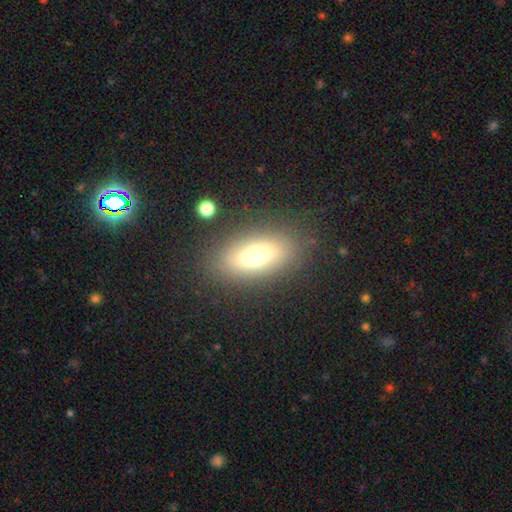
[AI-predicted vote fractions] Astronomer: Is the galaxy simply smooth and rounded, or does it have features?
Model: smooth — 61%.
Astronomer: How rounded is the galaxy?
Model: in between — 77%.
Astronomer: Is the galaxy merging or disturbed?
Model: none — 83%.